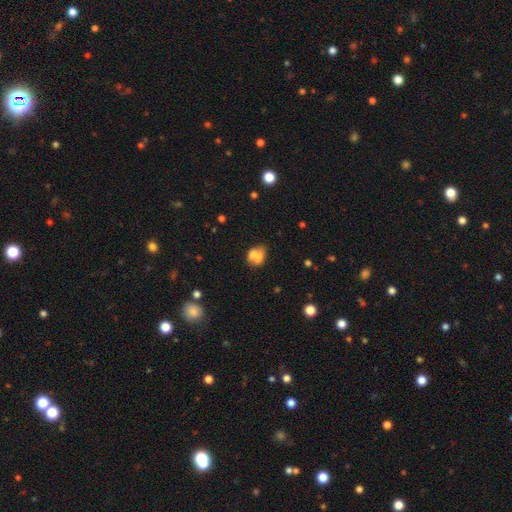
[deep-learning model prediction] smooth 65%, featured or disk 24%, star or artifact 11%. Down the decision tree: how rounded — in between (54%); merging — merger (52%).